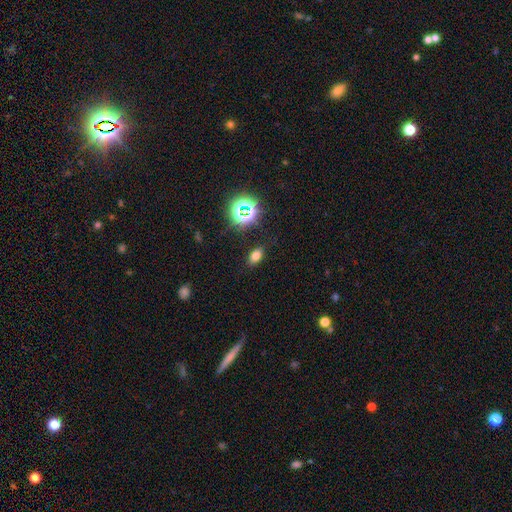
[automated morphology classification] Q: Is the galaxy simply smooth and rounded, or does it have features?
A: smooth — 68%.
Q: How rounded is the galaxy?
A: in between — 83%.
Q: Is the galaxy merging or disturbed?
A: none — 85%.